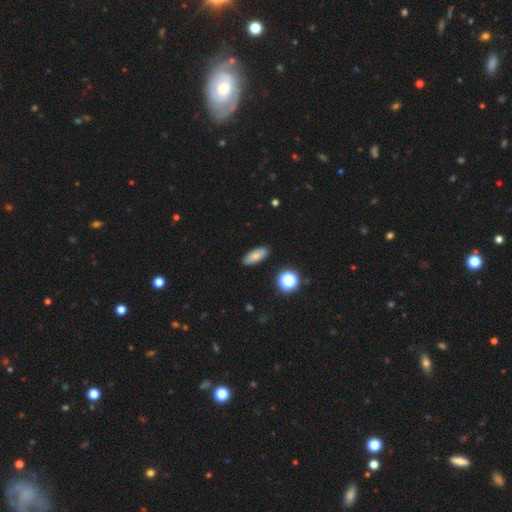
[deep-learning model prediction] Smooth or featured? smooth (78%)
How rounded? in between (81%)
Merging? none (87%)